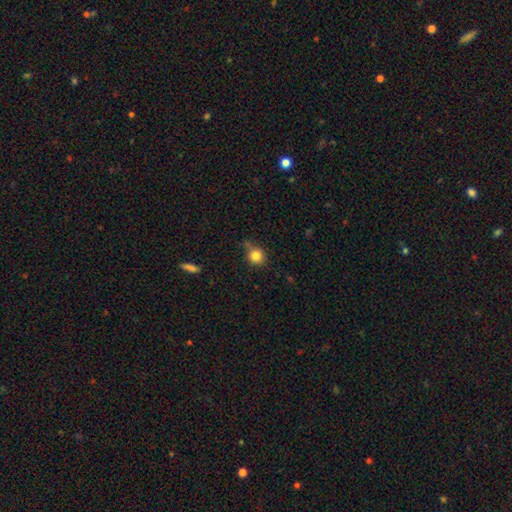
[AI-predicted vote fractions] smooth-or-featured: smooth: 84% | star or artifact: 11% | featured or disk: 6%
  how-rounded: round: 90% | in between: 9% | cigar-shaped: 1%
  merging: none: 69% | minor disturbance: 20% | merger: 6% | major disturbance: 5%